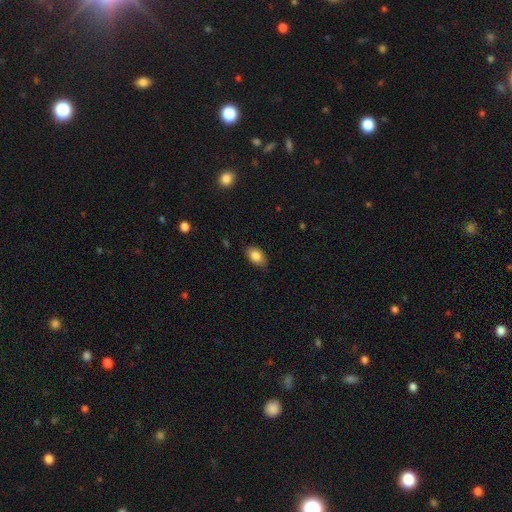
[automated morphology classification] This is clearly a smooth galaxy (85%). How rounded: clearly in between (86%). Merging: clearly none (82%).